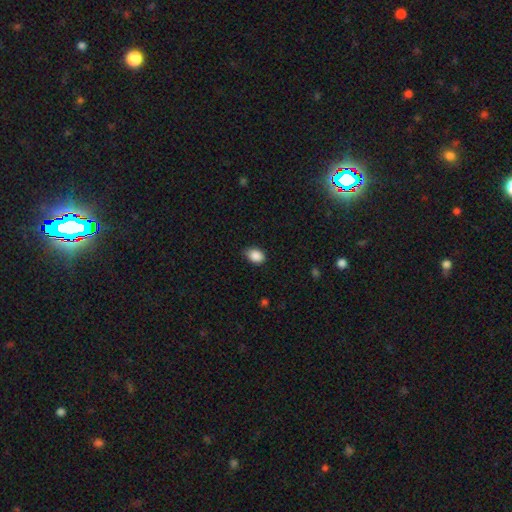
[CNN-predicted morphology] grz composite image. It shows a smooth galaxy with no disk features (89%) that is in between round and cigar-shaped (75%). Merging: none (75%).